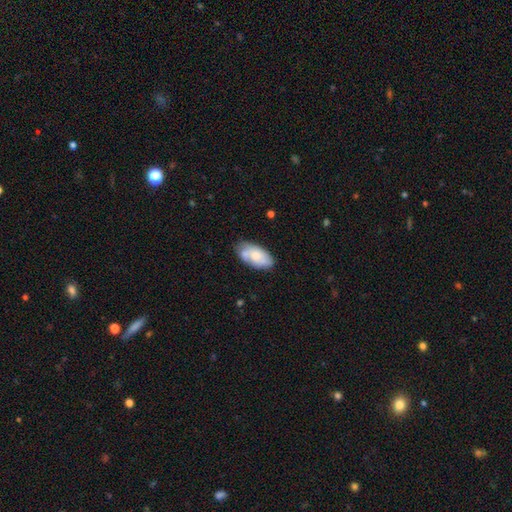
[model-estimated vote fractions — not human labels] smooth_or_featured: smooth (p=0.66) [alt: featured or disk p=0.27]
how_rounded: in between (p=0.93) [alt: cigar-shaped p=0.03]
merging: none (p=0.57) [alt: minor disturbance p=0.24]